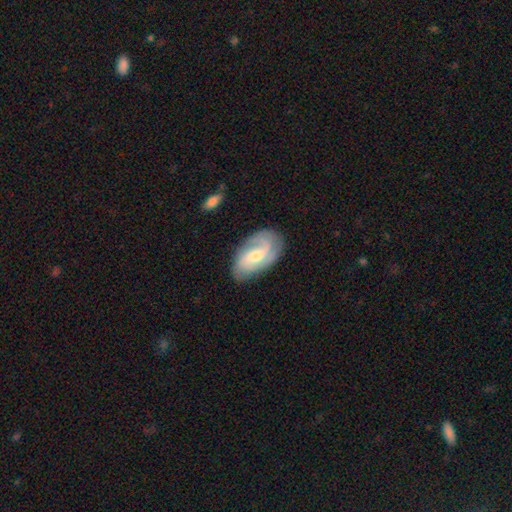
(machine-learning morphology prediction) Smooth or featured: featured or disk — 77% (smooth — 18%)
Edge-on disk: no — 96% (yes — 4%)
Bar: weak — 48% (no — 40%)
Spiral arms: yes — 95% (no — 5%)
Spiral winding: medium — 44% (tight — 32%)
Spiral arm count: 2 — 50% (3 — 19%)
Bulge size: moderate — 53% (small — 40%)
Merging: none — 74% (minor disturbance — 18%)